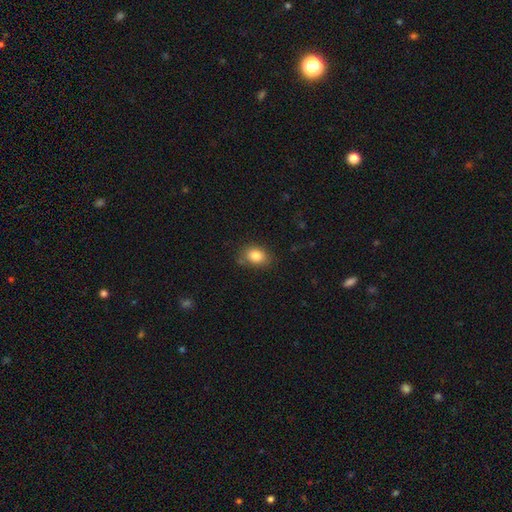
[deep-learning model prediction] Morphology: type=smooth (85%); roundness=in between (68%); merging=none (76%).